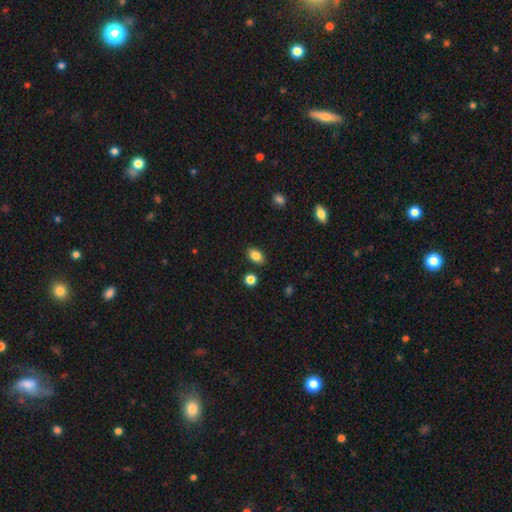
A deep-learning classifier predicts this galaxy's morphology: A smooth galaxy with no disk features (84%) that is in between round and cigar-shaped (83%).

Vote fractions:
- Smooth or featured? smooth: 84% / star or artifact: 9% / featured or disk: 7%
- How rounded? in between: 83% / round: 15% / cigar-shaped: 2%
- Merging? none: 85% / minor disturbance: 10% / merger: 3% / major disturbance: 2%